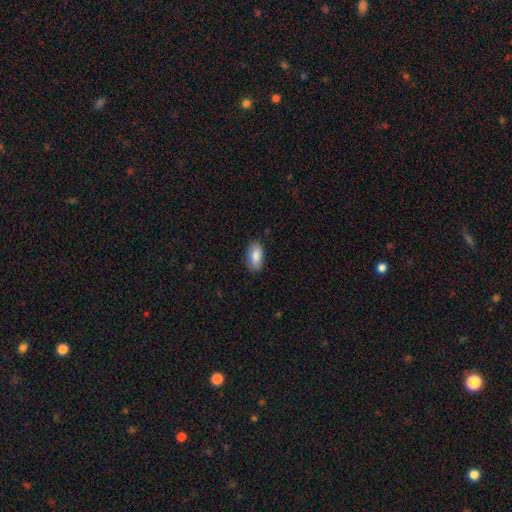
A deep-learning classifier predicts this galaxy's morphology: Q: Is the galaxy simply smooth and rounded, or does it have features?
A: smooth — 86%.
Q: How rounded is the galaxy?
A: in between — 92%.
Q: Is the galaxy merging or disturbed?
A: none — 83%.